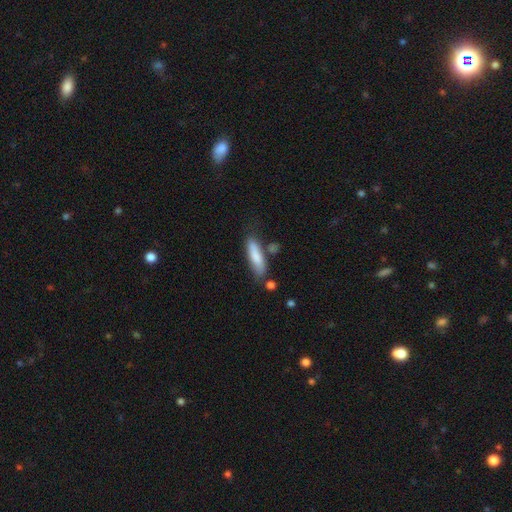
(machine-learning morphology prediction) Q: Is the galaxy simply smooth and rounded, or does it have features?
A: smooth — 81%.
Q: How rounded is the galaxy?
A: cigar-shaped — 65%.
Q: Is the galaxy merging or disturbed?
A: none — 67%.